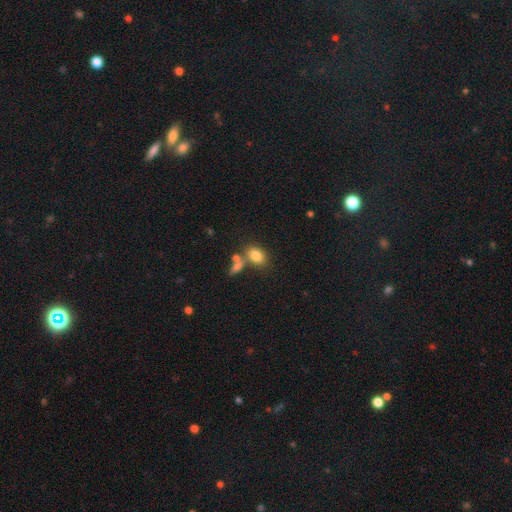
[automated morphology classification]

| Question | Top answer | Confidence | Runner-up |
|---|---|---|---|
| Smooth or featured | smooth | 81% | star or artifact (10%) |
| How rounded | in between | 76% | round (23%) |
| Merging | none | 56% | merger (27%) |